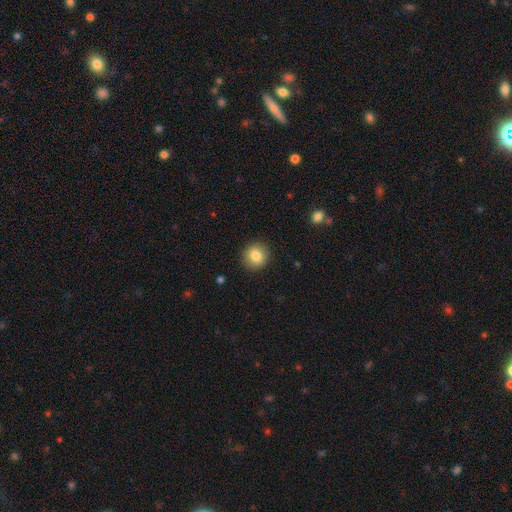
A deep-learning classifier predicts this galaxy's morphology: Smooth or featured? Predicted: smooth (p=0.83). How rounded? Predicted: round (p=0.89). Merging? Predicted: none (p=0.90).